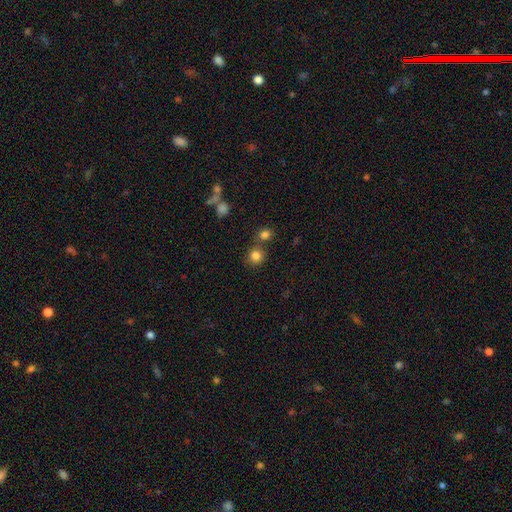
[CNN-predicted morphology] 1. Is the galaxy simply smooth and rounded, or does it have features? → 82% smooth, 13% star or artifact, 6% featured or disk.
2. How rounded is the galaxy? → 88% round, 11% in between, 1% cigar-shaped.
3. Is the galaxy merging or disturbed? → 67% none, 21% merger, 9% minor disturbance, 4% major disturbance.